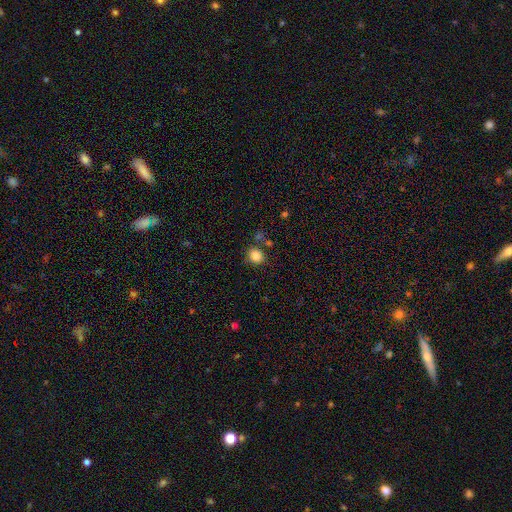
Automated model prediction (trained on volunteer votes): Smooth or featured? Predicted: smooth (p=0.86). How rounded? Predicted: round (p=0.83). Merging? Predicted: none (p=0.79).